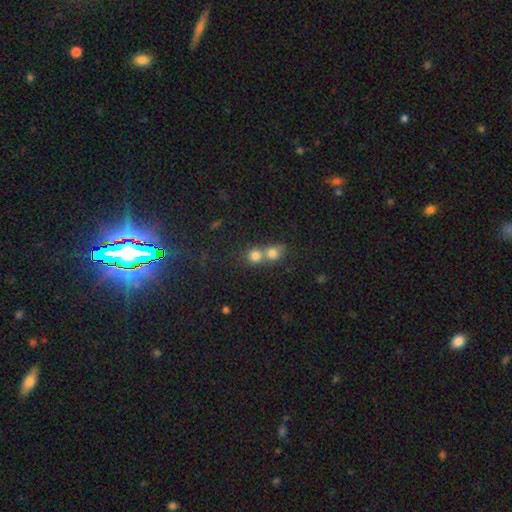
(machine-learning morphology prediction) Smooth or featured?
  - smooth: 76% *
  - star or artifact: 13%
  - featured or disk: 11%
How rounded?
  - round: 83% *
  - in between: 16%
  - cigar-shaped: 1%
Merging?
  - merger: 61% *
  - none: 31%
  - minor disturbance: 5%
  - major disturbance: 3%